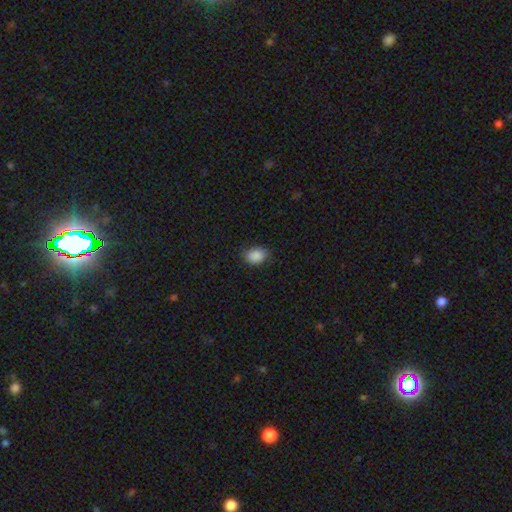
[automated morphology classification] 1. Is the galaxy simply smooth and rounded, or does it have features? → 88% smooth, 8% star or artifact, 4% featured or disk.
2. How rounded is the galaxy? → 65% in between, 34% round, 1% cigar-shaped.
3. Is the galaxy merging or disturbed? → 75% none, 20% minor disturbance, 4% major disturbance, 1% merger.